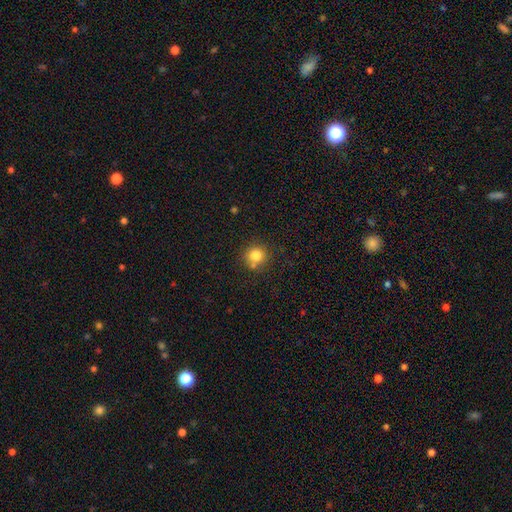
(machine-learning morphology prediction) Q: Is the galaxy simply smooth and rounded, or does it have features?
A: smooth — 80%.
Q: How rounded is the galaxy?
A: round — 91%.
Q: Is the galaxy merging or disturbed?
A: none — 73%.